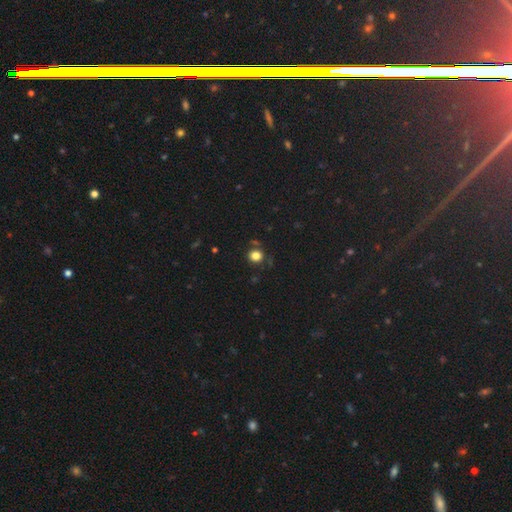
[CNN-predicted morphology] type=smooth (81%); roundness=round (82%); merging=none (82%).